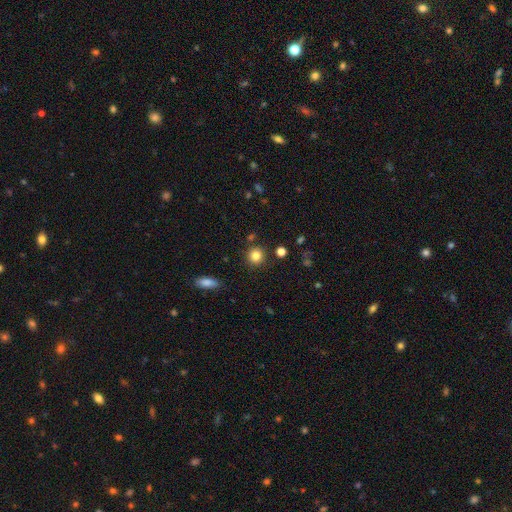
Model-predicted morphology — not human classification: Q: Smooth or featured?
A: smooth (83%); runner-up: star or artifact (11%)
Q: How rounded?
A: round (90%); runner-up: in between (9%)
Q: Merging?
A: none (87%); runner-up: minor disturbance (7%)